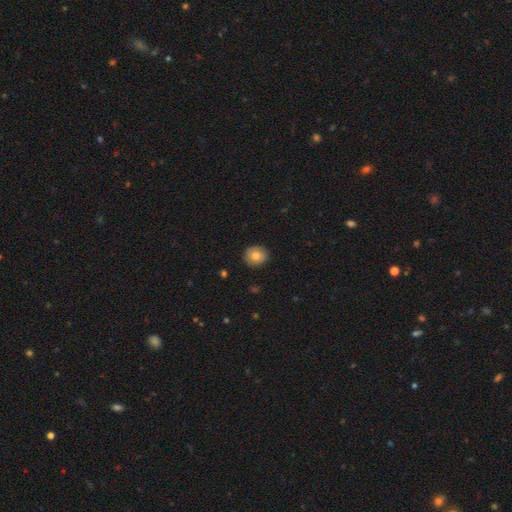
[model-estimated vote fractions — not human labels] The model was most divided on "how rounded": round: 78%, in between: 21%, cigar-shaped: 1%. More confident: merging — none (88%); smooth or featured — smooth (81%).